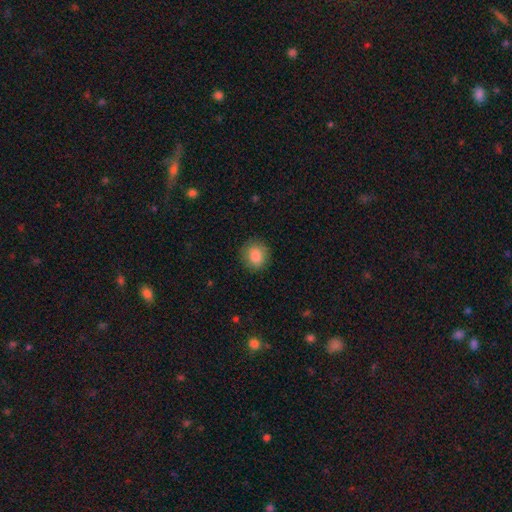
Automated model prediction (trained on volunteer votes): This is clearly a smooth galaxy (86%). How rounded: likely round (77%). Merging: clearly none (85%).